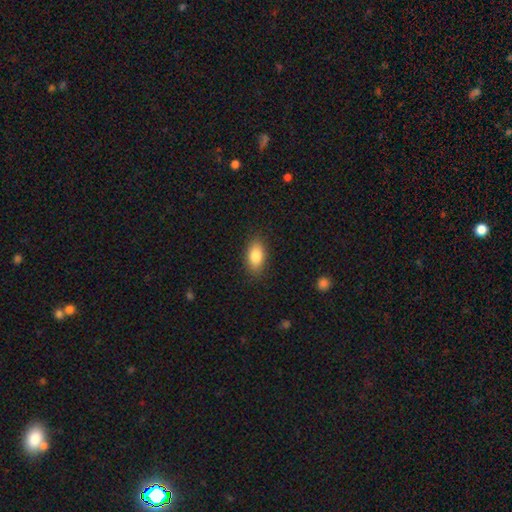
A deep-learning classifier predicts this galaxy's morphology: The model was most divided on "smooth or featured": smooth: 84%, featured or disk: 9%, star or artifact: 7%. More confident: how rounded — in between (89%); merging — none (87%).